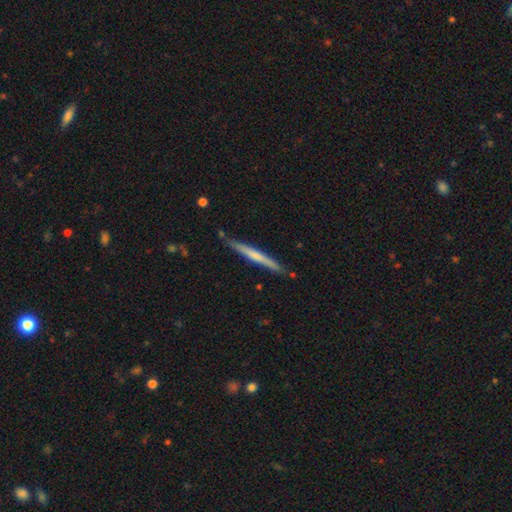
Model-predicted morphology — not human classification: type=featured or disk (49%); merging=none (85%).